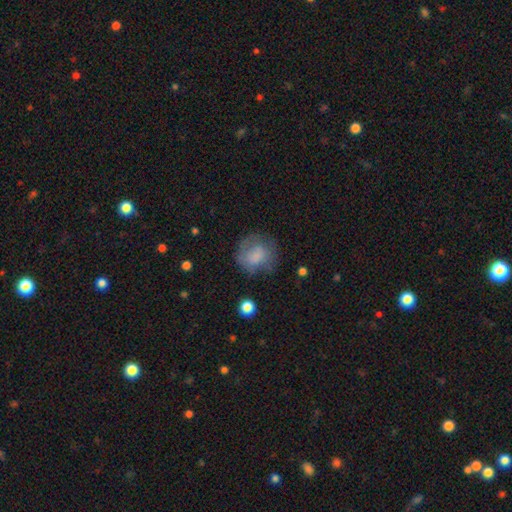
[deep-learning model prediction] Smooth or featured: smooth — 65% (featured or disk — 26%)
How rounded: round — 77% (in between — 22%)
Merging: none — 58% (minor disturbance — 23%)